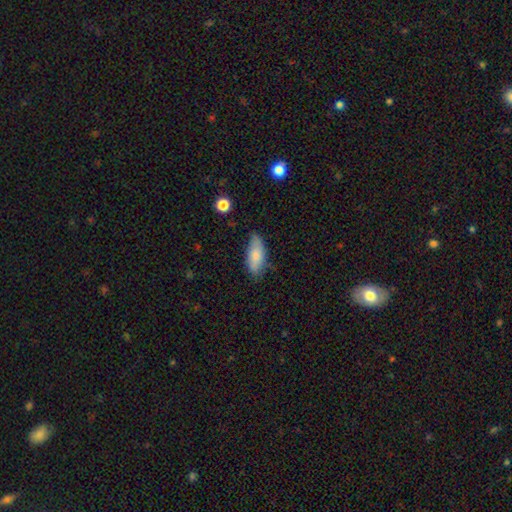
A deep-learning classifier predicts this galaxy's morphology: The model was most divided on "merging": none: 66%, minor disturbance: 27%, major disturbance: 5%, merger: 2%. More confident: how rounded — in between (84%); smooth or featured — smooth (80%).